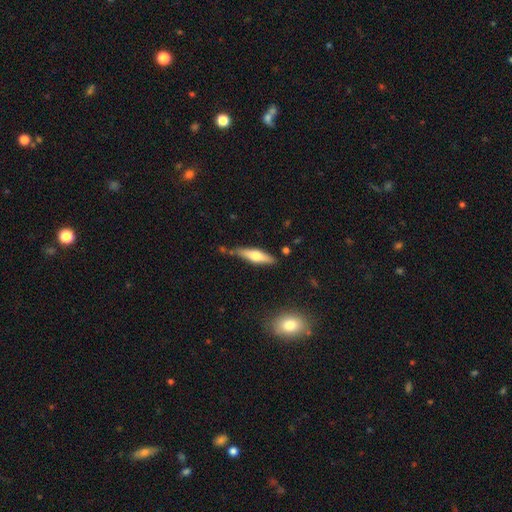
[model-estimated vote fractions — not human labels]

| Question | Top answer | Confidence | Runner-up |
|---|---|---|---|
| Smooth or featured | smooth | 50% | featured or disk (44%) |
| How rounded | cigar-shaped | 70% | in between (28%) |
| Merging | none | 76% | minor disturbance (16%) |